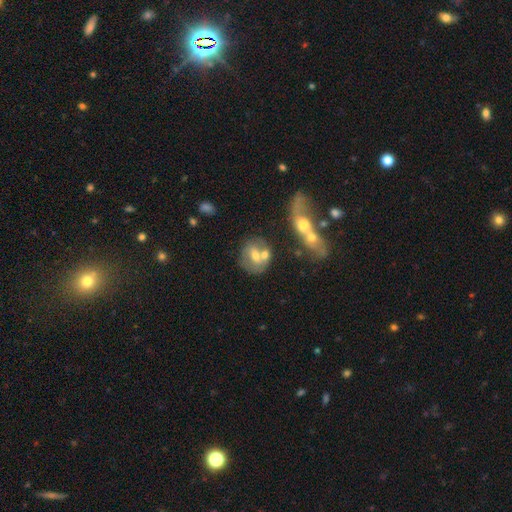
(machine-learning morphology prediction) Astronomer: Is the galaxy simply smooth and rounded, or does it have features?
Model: smooth — 49% (runner-up: featured or disk, 41%).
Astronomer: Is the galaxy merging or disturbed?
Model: merger — 43% (runner-up: none, 40%).